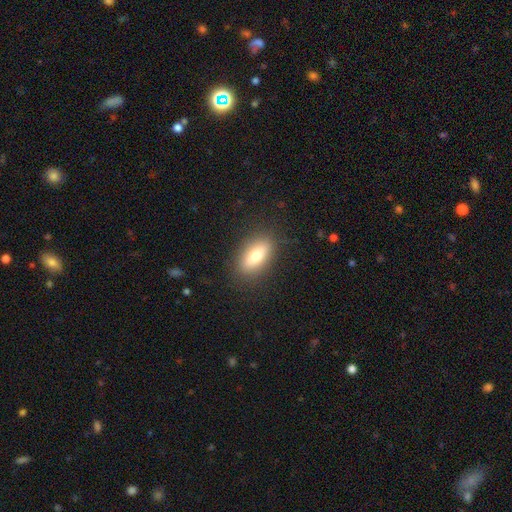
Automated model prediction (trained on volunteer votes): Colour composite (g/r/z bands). It shows a smooth galaxy with no disk features (73%) that is in between round and cigar-shaped (80%). Merging: none (86%).